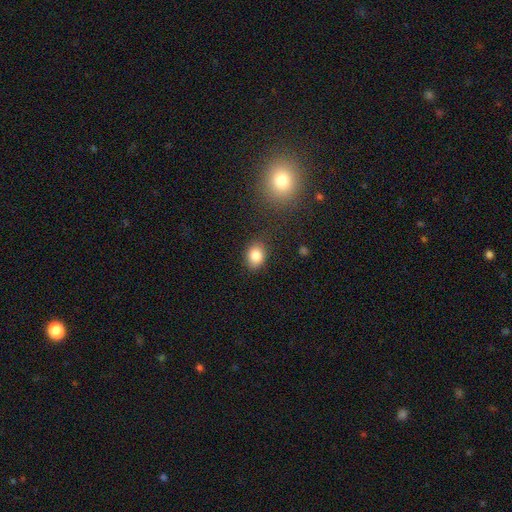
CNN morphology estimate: Smooth or featured?
  - smooth: 85% *
  - star or artifact: 9%
  - featured or disk: 6%
How rounded?
  - in between: 64% *
  - round: 35%
  - cigar-shaped: 1%
Merging?
  - none: 83% *
  - minor disturbance: 12%
  - major disturbance: 3%
  - merger: 2%